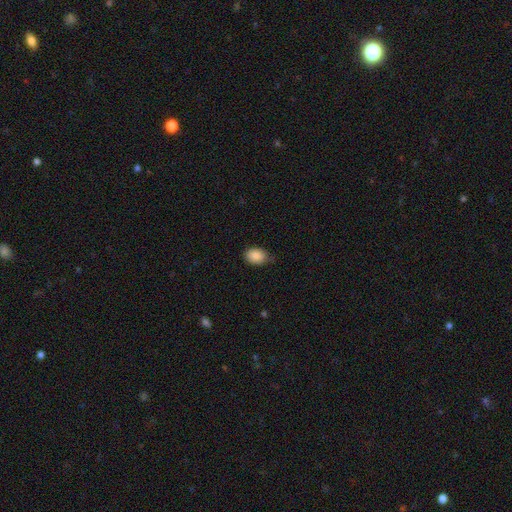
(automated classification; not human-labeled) Smooth or featured: smooth — 89% (star or artifact — 8%)
How rounded: in between — 73% (round — 26%)
Merging: none — 71% (minor disturbance — 24%)